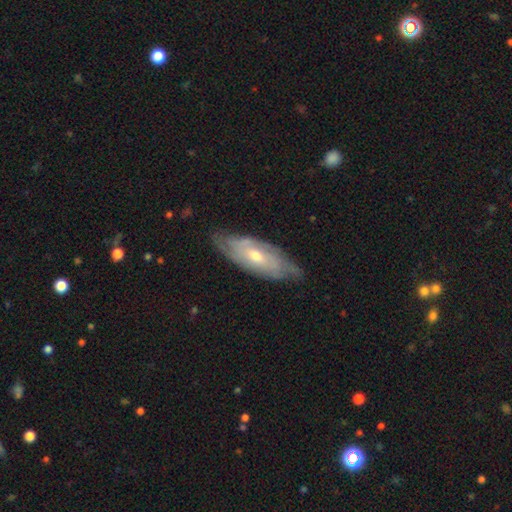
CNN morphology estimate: A featured or disk galaxy (70%) with no bar (63%), spiral arms (81%) and a moderate central bulge (59%).

Vote fractions:
- Smooth or featured? featured or disk: 70% / smooth: 25% / star or artifact: 6%
- Edge-on disk? no: 79% / yes: 21%
- Bar? no: 63% / weak: 30% / strong: 7%
- Spiral arms? yes: 81% / no: 19%
- Bulge size? moderate: 59% / small: 37% / large: 3% / none: 1% / dominant: 1%
- Merging? none: 71% / minor disturbance: 23% / major disturbance: 5% / merger: 1%